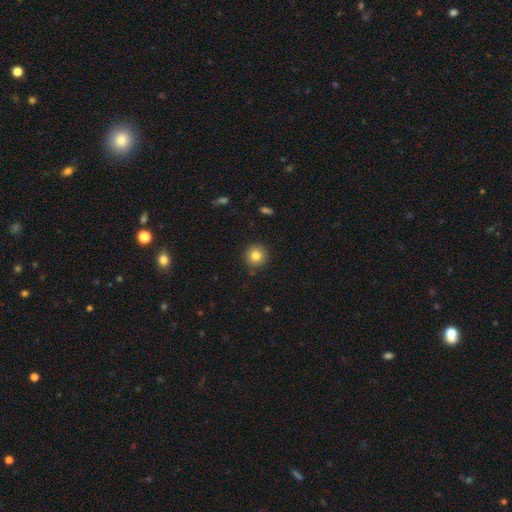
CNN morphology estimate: type=smooth (82%); roundness=round (95%); merging=none (90%).